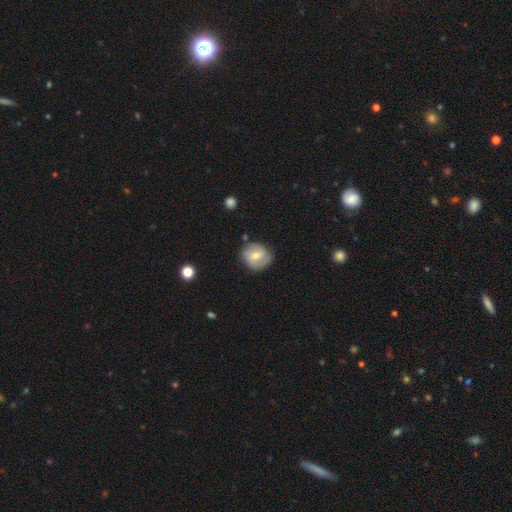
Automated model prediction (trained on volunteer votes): Smooth or featured: featured or disk — 53% (smooth — 40%)
Edge-on disk: no — 97% (yes — 3%)
Bar: weak — 51% (no — 34%)
Spiral arms: yes — 81% (no — 19%)
Bulge size: moderate — 64% (small — 28%)
Merging: none — 74% (minor disturbance — 19%)